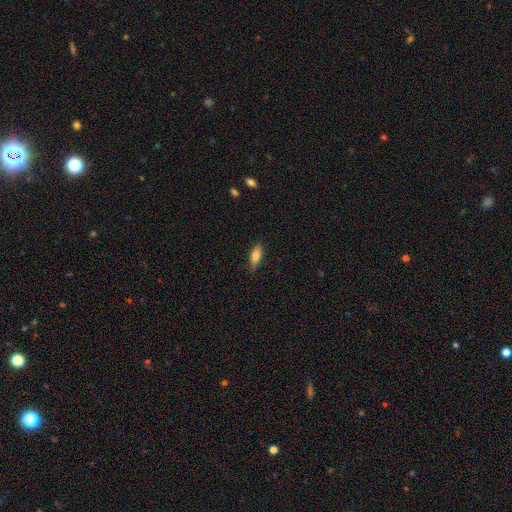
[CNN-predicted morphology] This is likely a smooth galaxy (75%). How rounded: likely in between (62%). Merging: clearly none (85%).